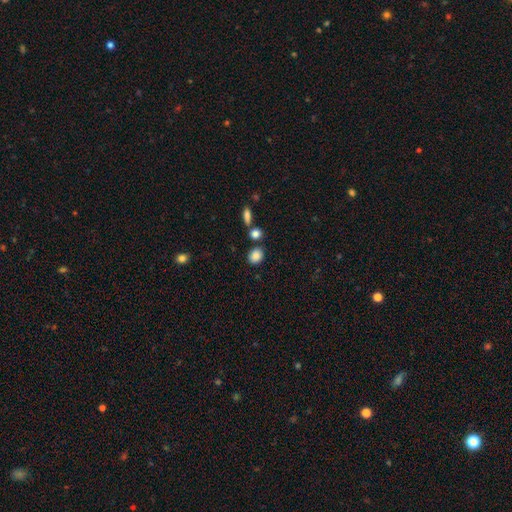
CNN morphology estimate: Smooth or featured? smooth (87%)
How rounded? round (55%)
Merging? none (77%)